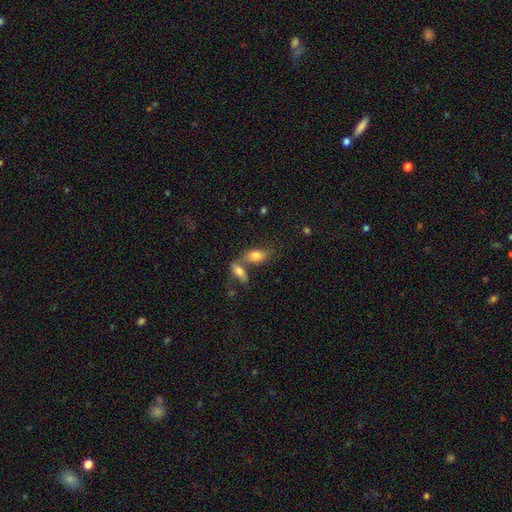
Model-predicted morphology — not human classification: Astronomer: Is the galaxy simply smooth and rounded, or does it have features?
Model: smooth — 79%.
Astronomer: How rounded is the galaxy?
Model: in between — 87%.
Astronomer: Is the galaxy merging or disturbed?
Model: merger — 45% (runner-up: none, 39%).